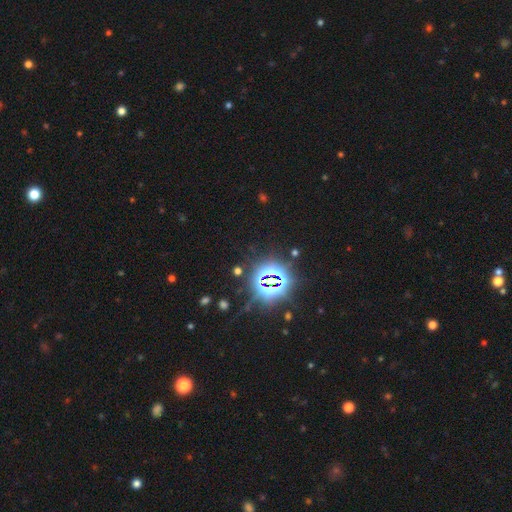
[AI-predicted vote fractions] Q: Smooth or featured?
A: star or artifact (84%); runner-up: smooth (10%)